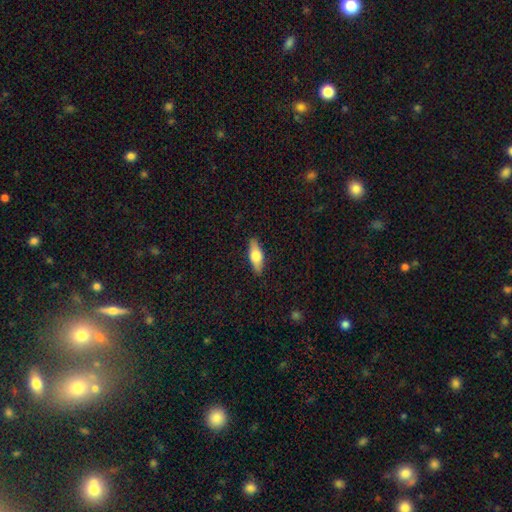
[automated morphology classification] Q: Smooth or featured?
A: smooth (59%); runner-up: featured or disk (35%)
Q: How rounded?
A: in between (62%); runner-up: cigar-shaped (35%)
Q: Merging?
A: none (88%); runner-up: minor disturbance (9%)